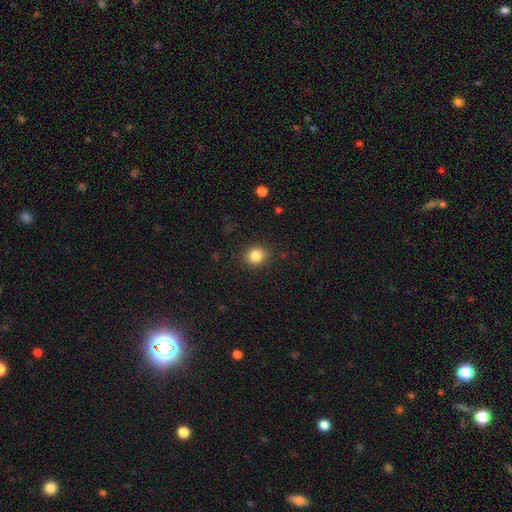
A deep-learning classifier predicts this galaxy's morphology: smooth 84%, star or artifact 11%, featured or disk 5%. Down the decision tree: how rounded — round (80%); merging — none (89%).